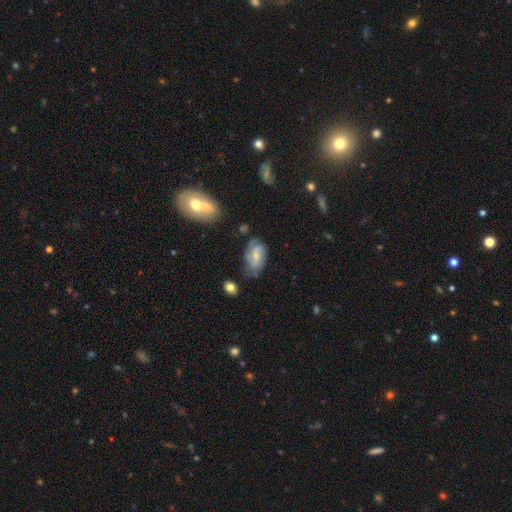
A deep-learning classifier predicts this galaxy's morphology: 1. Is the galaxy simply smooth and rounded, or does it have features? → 58% featured or disk, 34% smooth, 8% star or artifact.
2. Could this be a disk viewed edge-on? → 96% no, 4% yes.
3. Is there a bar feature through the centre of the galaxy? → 49% weak, 39% no, 12% strong.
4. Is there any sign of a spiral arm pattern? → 86% yes, 14% no.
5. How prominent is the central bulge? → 54% small, 31% moderate, 11% none, 2% large, 1% dominant.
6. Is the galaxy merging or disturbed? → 62% none, 26% minor disturbance, 9% major disturbance, 4% merger.